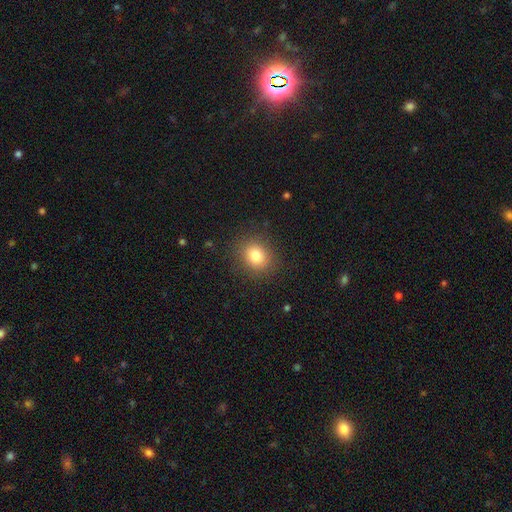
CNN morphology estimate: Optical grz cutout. It shows a smooth galaxy with no disk features (81%) that is round (71%). Merging: none (87%).